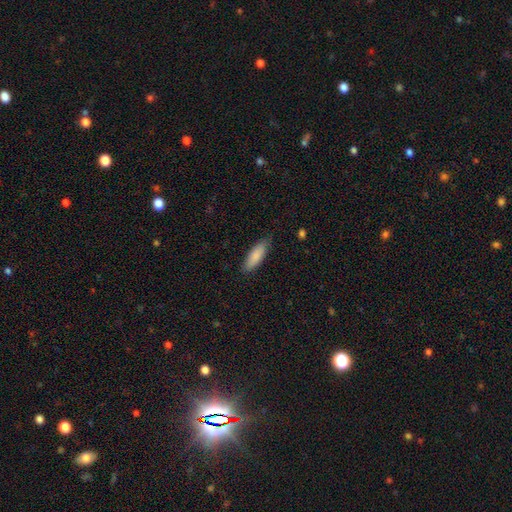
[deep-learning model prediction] Morphology: type=smooth (86%); roundness=in between (58%); merging=none (81%).